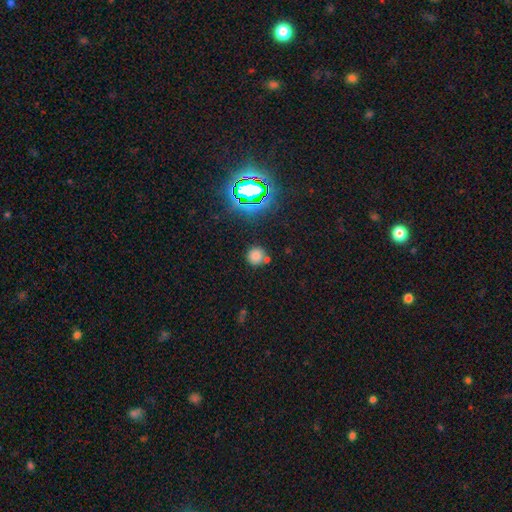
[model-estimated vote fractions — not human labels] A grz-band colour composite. It shows a smooth galaxy with no disk features (72%) that is round (92%). Merging: none (71%).